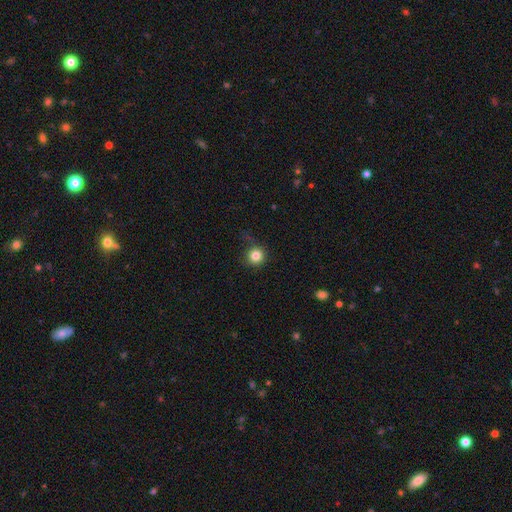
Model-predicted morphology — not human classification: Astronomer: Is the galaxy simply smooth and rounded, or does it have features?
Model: smooth — 83%.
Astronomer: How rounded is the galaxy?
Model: round — 94%.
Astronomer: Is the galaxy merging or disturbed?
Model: none — 79%.